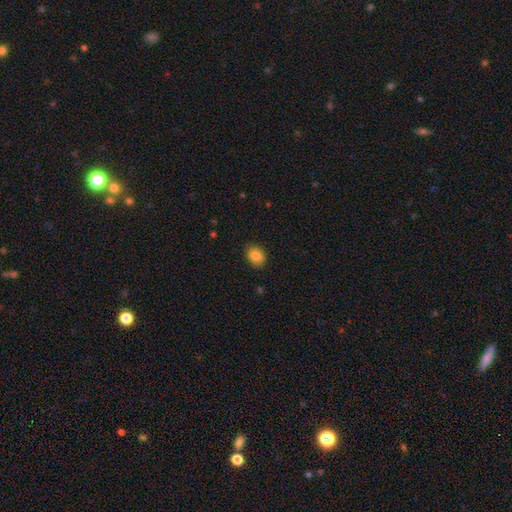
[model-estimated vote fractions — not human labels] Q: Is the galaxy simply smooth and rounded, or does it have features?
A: smooth — 85%.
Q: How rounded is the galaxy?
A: in between — 60%.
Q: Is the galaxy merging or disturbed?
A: none — 85%.